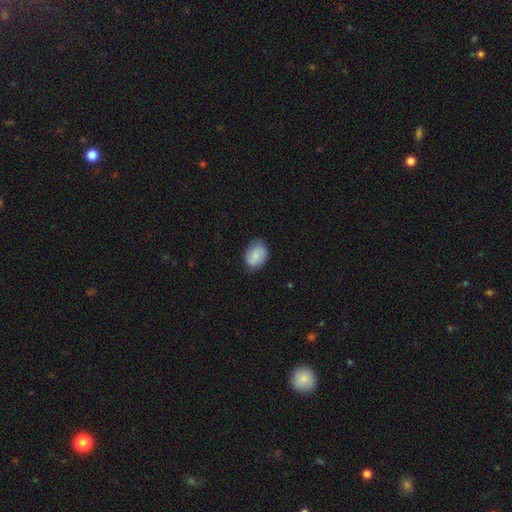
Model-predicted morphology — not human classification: Smooth or featured? Predicted: smooth (p=0.65). How rounded? Predicted: in between (p=0.70). Merging? Predicted: none (p=0.79).